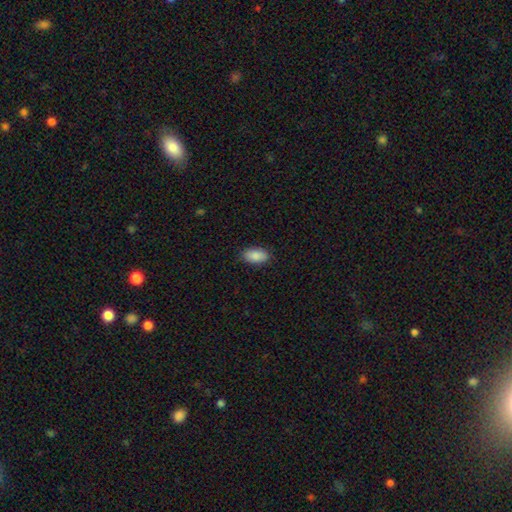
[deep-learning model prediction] Smooth or featured? Predicted: smooth (p=0.88). How rounded? Predicted: in between (p=0.93). Merging? Predicted: none (p=0.87).